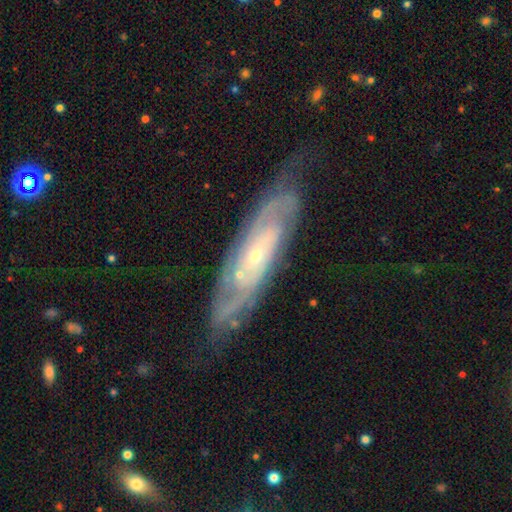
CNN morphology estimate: A featured or disk galaxy (84%) with no bar (66%), tight (70%) spiral arms (95%) and a small central bulge (77%).

Vote fractions:
- Smooth or featured? featured or disk: 84% / smooth: 9% / star or artifact: 6%
- Edge-on disk? no: 82% / yes: 18%
- Bar? no: 66% / weak: 26% / strong: 8%
- Spiral arms? yes: 95% / no: 5%
- Spiral winding? tight: 70% / medium: 25% / loose: 5%
- Spiral arm count? can't tell: 40% / 2: 31% / 3: 13% / 4: 8% / more than 4: 5% / 1: 4%
- Bulge size? small: 77% / moderate: 20% / none: 2% / large: 1% / dominant: 1%
- Merging? none: 73% / minor disturbance: 19% / major disturbance: 6% / merger: 2%